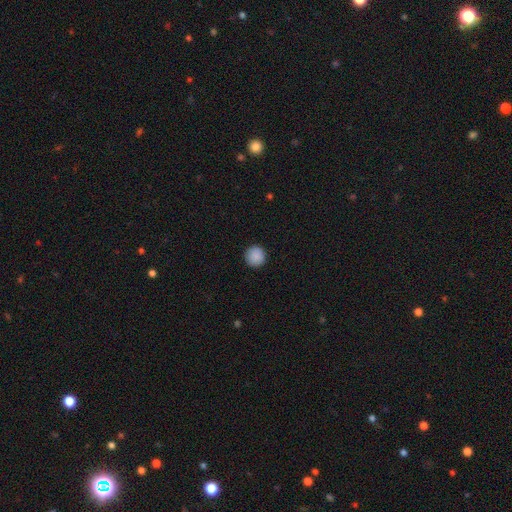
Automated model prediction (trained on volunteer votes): Morphology: type=smooth (90%); roundness=round (96%); merging=none (93%).